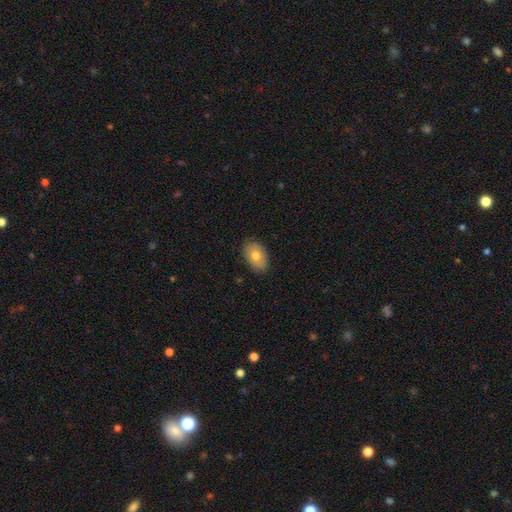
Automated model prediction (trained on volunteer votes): Smooth or featured?
  - smooth: 75% *
  - featured or disk: 17%
  - star or artifact: 8%
How rounded?
  - in between: 86% *
  - round: 13%
  - cigar-shaped: 1%
Merging?
  - none: 86% *
  - minor disturbance: 11%
  - major disturbance: 2%
  - merger: 1%